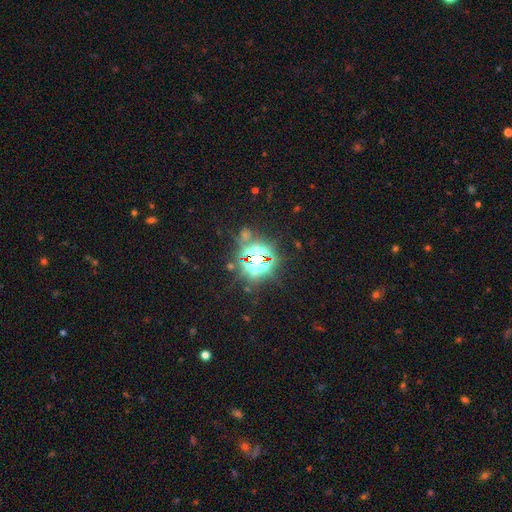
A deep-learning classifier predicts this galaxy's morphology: This is clearly a star or artifact rather than a galaxy (81%).